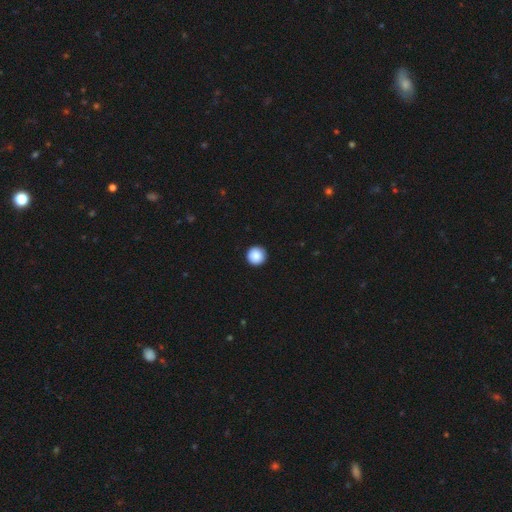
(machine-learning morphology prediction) Overall: smooth (89%). How rounded: round (97%). Merging: none (94%).